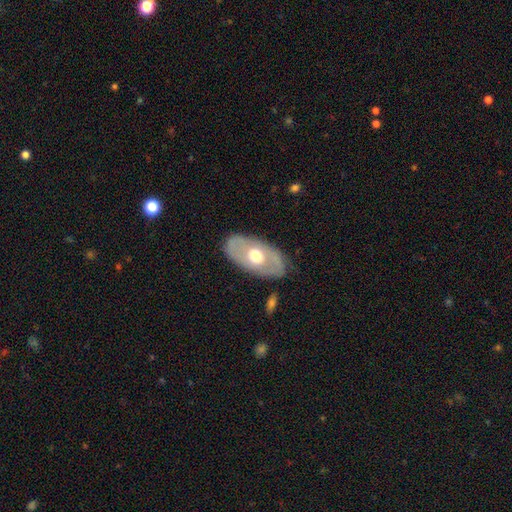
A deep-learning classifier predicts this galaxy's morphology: featured or disk 53%, smooth 42%, star or artifact 5%. Down the decision tree: edge-on disk — no (86%); merging — none (81%).